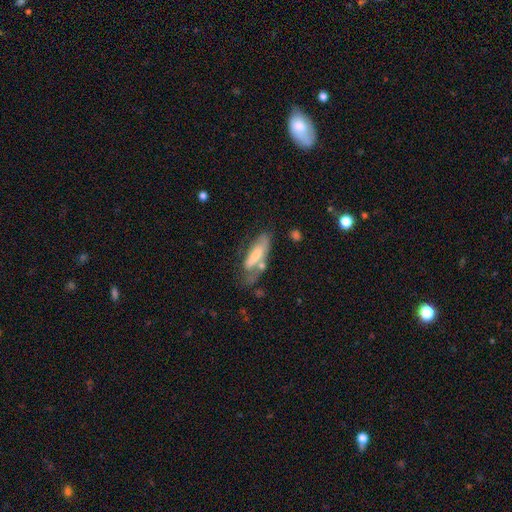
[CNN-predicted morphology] Smooth or featured? Predicted: smooth (p=0.56). How rounded? Predicted: in between (p=0.63). Merging? Predicted: none (p=0.36).